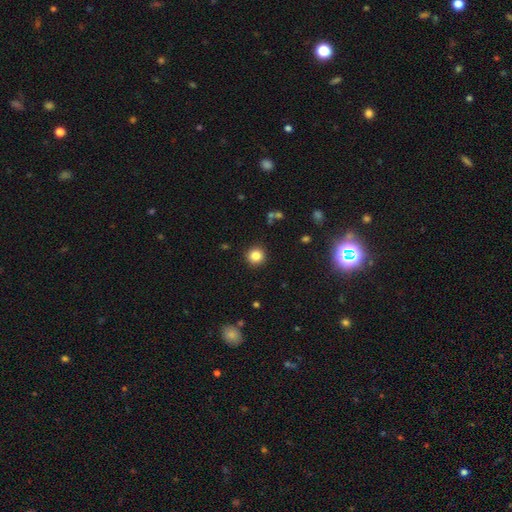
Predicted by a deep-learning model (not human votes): Q: Smooth or featured?
A: smooth (83%); runner-up: star or artifact (12%)
Q: How rounded?
A: round (94%); runner-up: in between (5%)
Q: Merging?
A: none (91%); runner-up: minor disturbance (6%)